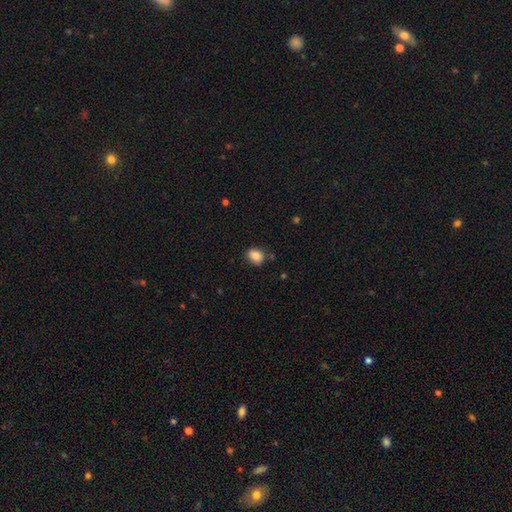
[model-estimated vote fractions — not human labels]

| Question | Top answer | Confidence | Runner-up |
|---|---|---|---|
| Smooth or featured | smooth | 84% | star or artifact (9%) |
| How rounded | in between | 55% | round (44%) |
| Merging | none | 78% | minor disturbance (15%) |